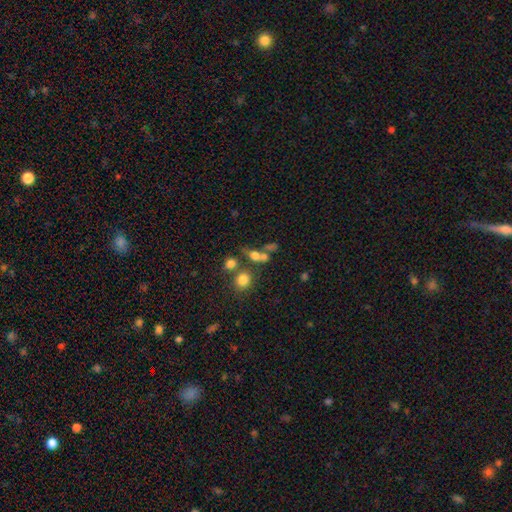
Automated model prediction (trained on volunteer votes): Overall: smooth (64%). How rounded: round (51%; in between 44%). Merging: merger (40%, tied with none).